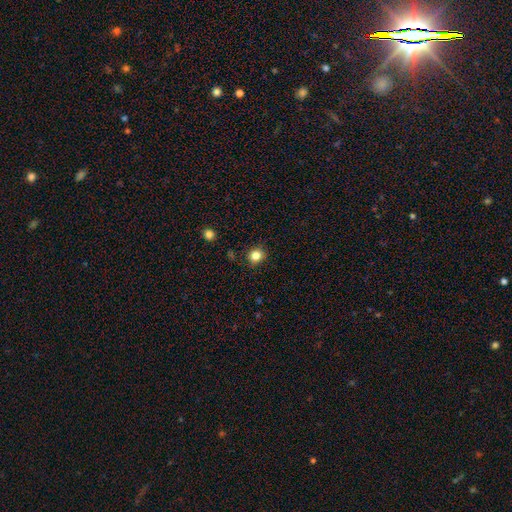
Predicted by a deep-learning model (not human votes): Smooth or featured? Predicted: smooth (p=0.83). How rounded? Predicted: round (p=0.85). Merging? Predicted: none (p=0.89).